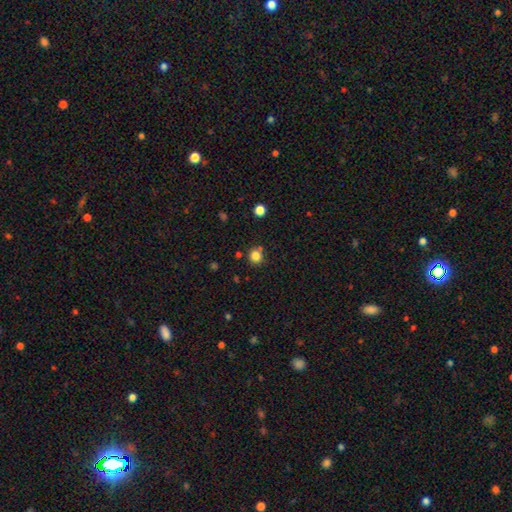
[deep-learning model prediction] Smooth or featured? Predicted: smooth (p=0.82). How rounded? Predicted: round (p=0.90). Merging? Predicted: none (p=0.79).